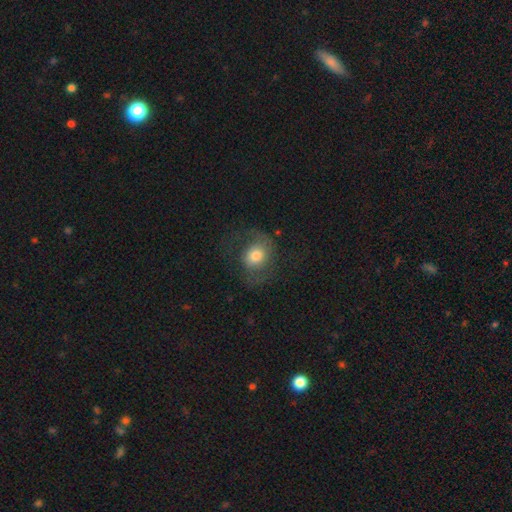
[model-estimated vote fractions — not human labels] A smooth galaxy with no disk features (53%) that is round (58%). Merging: none (51%).